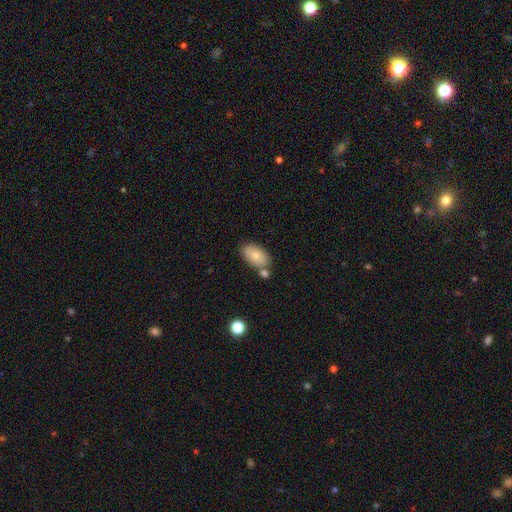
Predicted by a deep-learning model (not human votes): Smooth or featured: smooth — 79% (featured or disk — 14%)
How rounded: in between — 93% (round — 5%)
Merging: none — 68% (minor disturbance — 14%)